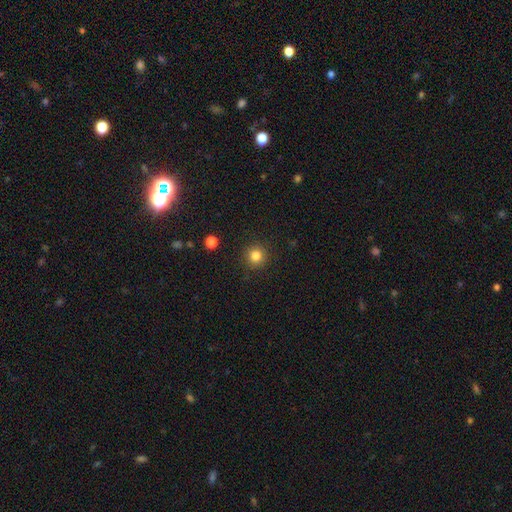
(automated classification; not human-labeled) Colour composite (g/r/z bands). It shows a smooth galaxy with no disk features (82%) that is round (94%). Merging: none (91%).